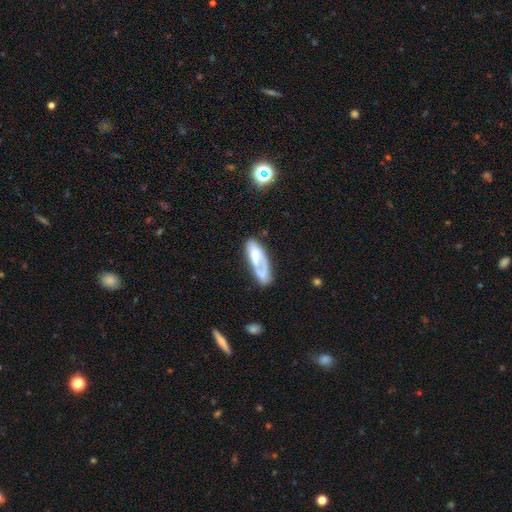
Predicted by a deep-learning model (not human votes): A featured or disk galaxy (48%).

Vote fractions:
- Smooth or featured? featured or disk: 48% / smooth: 45% / star or artifact: 7%
- Merging? none: 42% / minor disturbance: 25% / major disturbance: 23% / merger: 10%